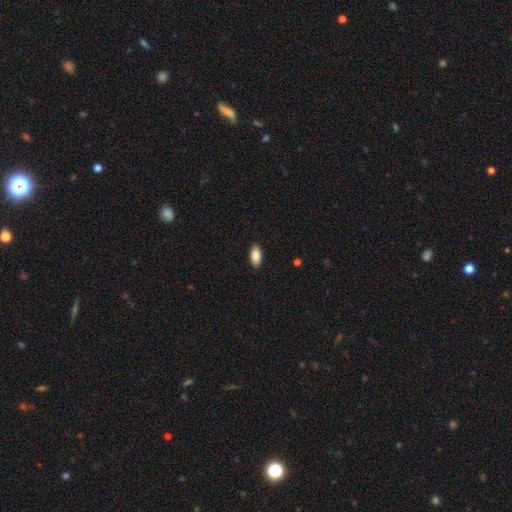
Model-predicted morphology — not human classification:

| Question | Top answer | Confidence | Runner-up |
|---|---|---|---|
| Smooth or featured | smooth | 89% | star or artifact (6%) |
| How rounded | in between | 89% | cigar-shaped (9%) |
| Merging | none | 90% | minor disturbance (8%) |